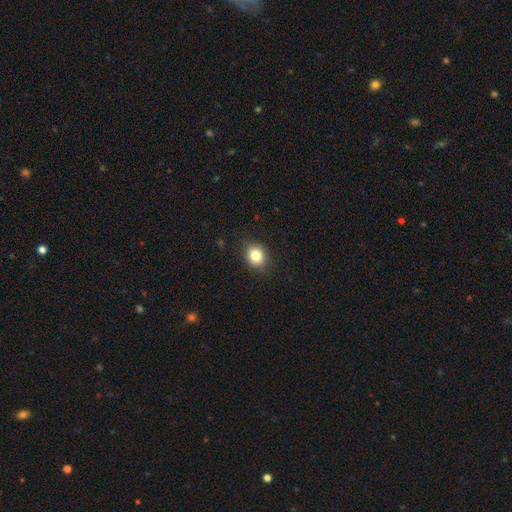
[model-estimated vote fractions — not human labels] Smooth or featured?
  - smooth: 82% *
  - star or artifact: 11%
  - featured or disk: 7%
How rounded?
  - round: 64% *
  - in between: 35%
  - cigar-shaped: 1%
Merging?
  - none: 85% *
  - minor disturbance: 11%
  - major disturbance: 3%
  - merger: 1%